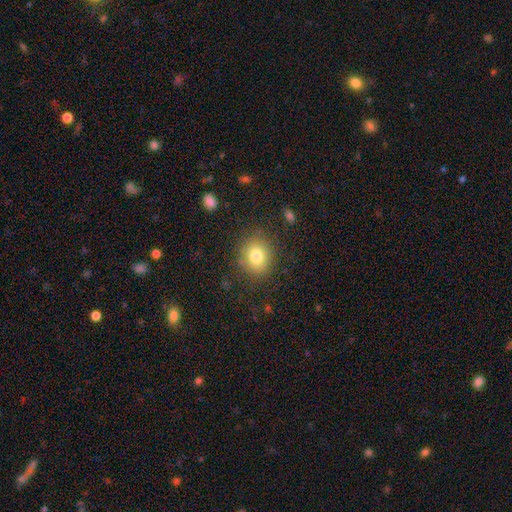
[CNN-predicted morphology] A smooth galaxy with no disk features (79%) that is round (66%).

Vote fractions:
- Smooth or featured? smooth: 79% / star or artifact: 11% / featured or disk: 10%
- How rounded? round: 66% / in between: 33% / cigar-shaped: 1%
- Merging? none: 81% / minor disturbance: 12% / major disturbance: 5% / merger: 2%